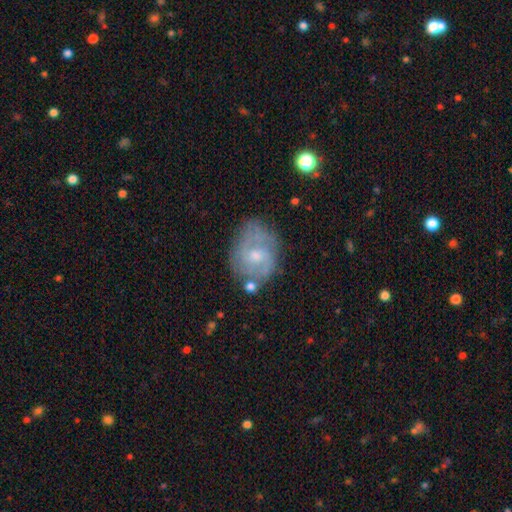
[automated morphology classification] Smooth or featured?
  - featured or disk: 67% *
  - smooth: 20%
  - star or artifact: 12%
Edge-on disk?
  - no: 96% *
  - yes: 4%
Bar?
  - no: 47% *
  - weak: 45%
  - strong: 8%
Spiral arms?
  - yes: 84% *
  - no: 16%
Spiral winding?
  - tight: 42% *
  - medium: 41%
  - loose: 17%
Spiral arm count?
  - 2: 50% *
  - can't tell: 29%
  - 3: 11%
  - 1: 4%
  - 4: 4%
  - more than 4: 3%
Bulge size?
  - small: 50% *
  - moderate: 45%
  - none: 3%
  - large: 2%
  - dominant: 1%
Merging?
  - none: 73% *
  - minor disturbance: 18%
  - major disturbance: 6%
  - merger: 4%